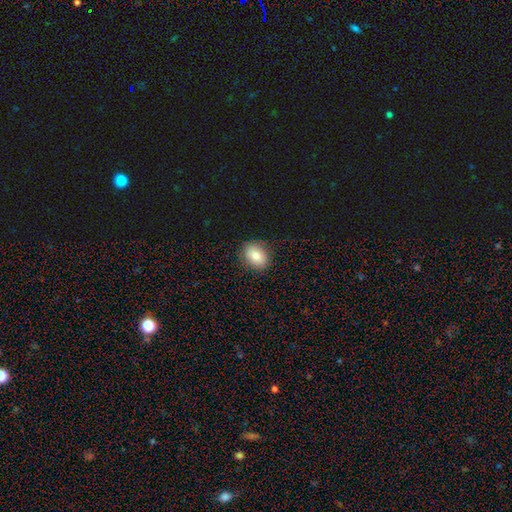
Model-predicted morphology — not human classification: This appears to be a smooth galaxy with no disk features (81%) that is in between round and cigar-shaped (64%). Merging: none (87%).